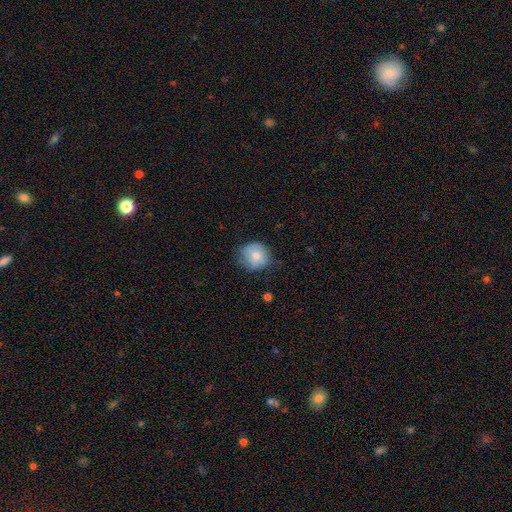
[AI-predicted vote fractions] smooth 74%, featured or disk 19%, star or artifact 7%. Down the decision tree: how rounded — round (85%); merging — none (62%).